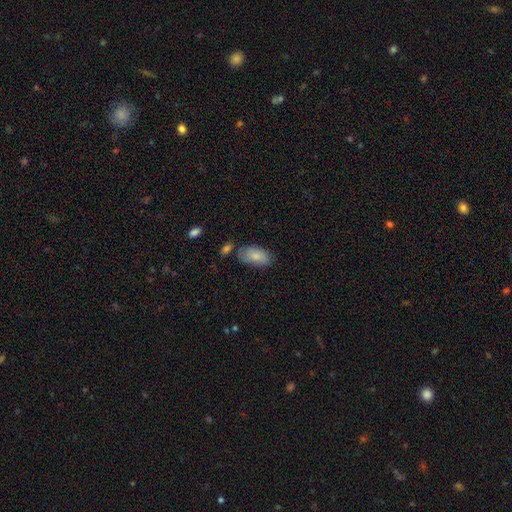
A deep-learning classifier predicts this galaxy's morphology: smooth-or-featured: smooth: 81% | featured or disk: 13% | star or artifact: 6%
  how-rounded: in between: 93% | round: 4% | cigar-shaped: 2%
  merging: none: 67% | minor disturbance: 21% | merger: 7% | major disturbance: 5%